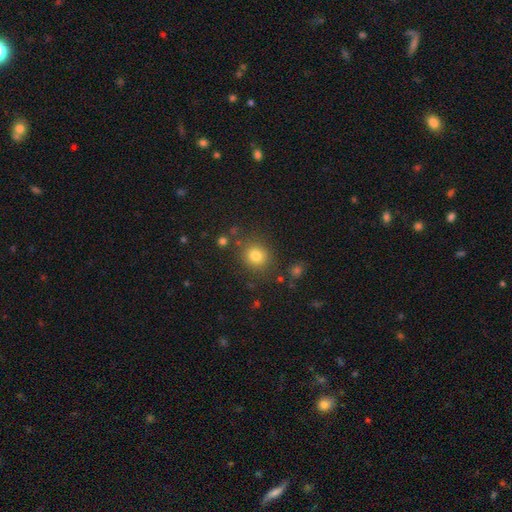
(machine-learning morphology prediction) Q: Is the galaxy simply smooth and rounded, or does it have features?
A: smooth — 80%.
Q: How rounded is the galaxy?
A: round — 83%.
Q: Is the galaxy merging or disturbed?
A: none — 83%.